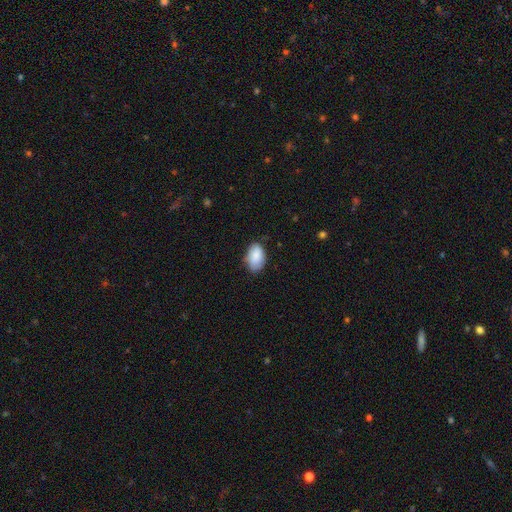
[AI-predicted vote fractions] A smooth galaxy with no disk features (87%) that is in between round and cigar-shaped (93%).

Vote fractions:
- Smooth or featured? smooth: 87% / star or artifact: 6% / featured or disk: 6%
- How rounded? in between: 93% / round: 6% / cigar-shaped: 1%
- Merging? none: 70% / minor disturbance: 24% / major disturbance: 4% / merger: 1%